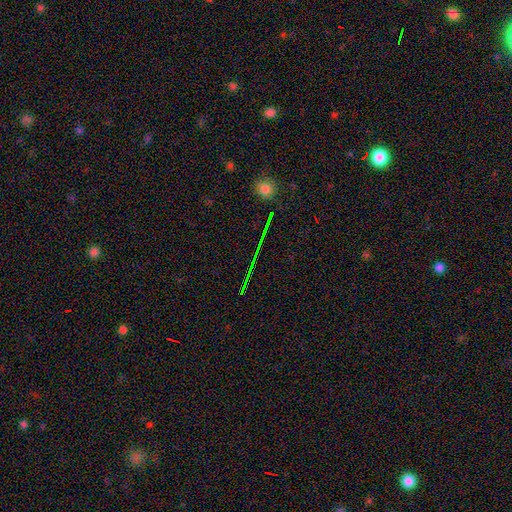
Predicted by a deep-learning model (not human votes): This appears to be a star or artifact, not a galaxy (73%).